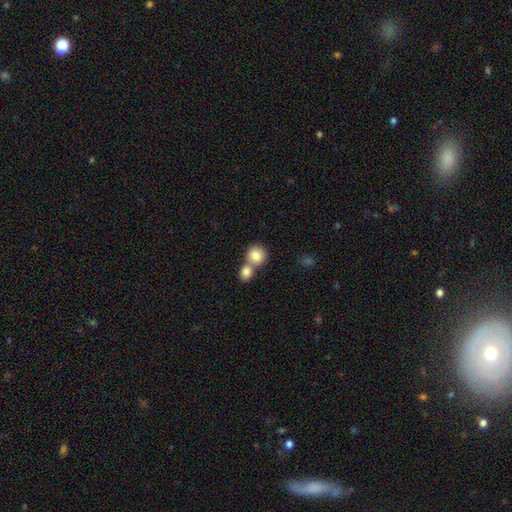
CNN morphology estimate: Overall: smooth (84%). How rounded: round (81%). Merging: merger (55%; none 36%).